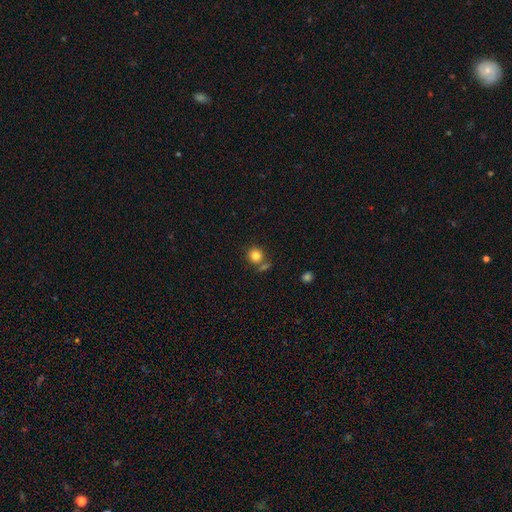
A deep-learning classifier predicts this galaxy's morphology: Q: Smooth or featured?
A: smooth (82%); runner-up: star or artifact (11%)
Q: How rounded?
A: round (89%); runner-up: in between (10%)
Q: Merging?
A: none (67%); runner-up: merger (18%)